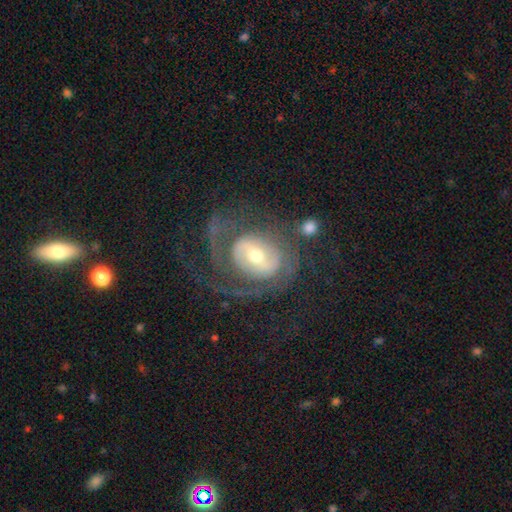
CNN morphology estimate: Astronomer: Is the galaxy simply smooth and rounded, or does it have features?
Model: featured or disk — 80%.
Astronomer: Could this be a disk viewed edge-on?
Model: no — 96%.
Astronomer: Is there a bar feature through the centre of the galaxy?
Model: weak — 40% (runner-up: no, 38%).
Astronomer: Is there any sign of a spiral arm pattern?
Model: yes — 81%.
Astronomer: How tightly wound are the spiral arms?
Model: tight — 41% (runner-up: medium, 37%).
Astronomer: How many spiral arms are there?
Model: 2 — 42% (runner-up: can't tell, 26%).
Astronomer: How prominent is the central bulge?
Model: moderate — 57% (runner-up: small, 34%).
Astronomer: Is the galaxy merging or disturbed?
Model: none — 50% (runner-up: major disturbance, 30%).